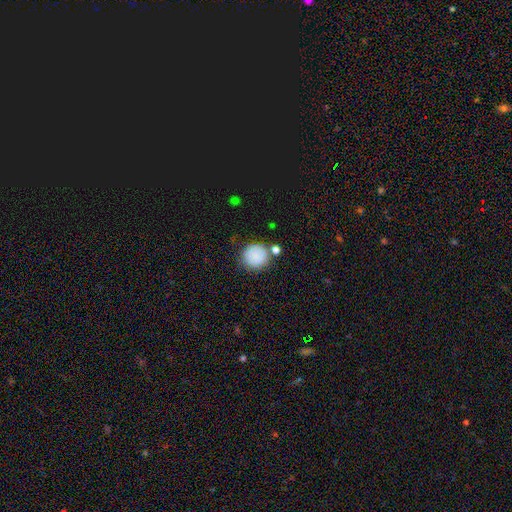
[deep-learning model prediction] The model was most divided on "merging": none: 72%, minor disturbance: 14%, merger: 10%, major disturbance: 5%. More confident: how rounded — round (91%); smooth or featured — smooth (84%).